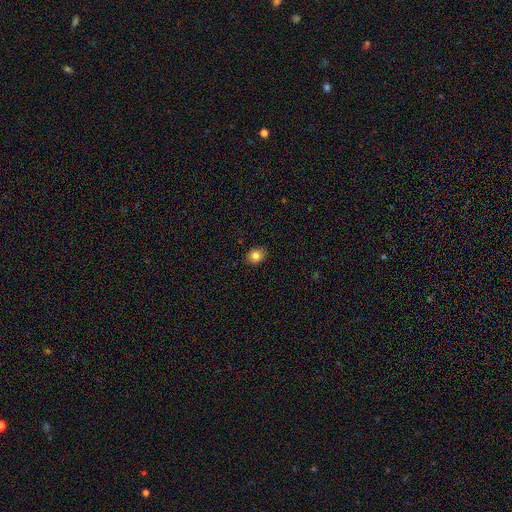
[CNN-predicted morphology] Q: Smooth or featured?
A: smooth (83%); runner-up: star or artifact (10%)
Q: How rounded?
A: round (55%); runner-up: in between (44%)
Q: Merging?
A: none (88%); runner-up: minor disturbance (9%)